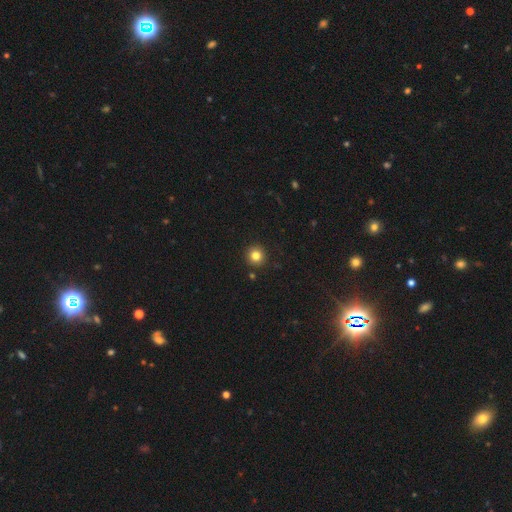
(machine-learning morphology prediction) This is clearly a smooth galaxy (82%). How rounded: clearly round (95%). Merging: clearly none (91%).